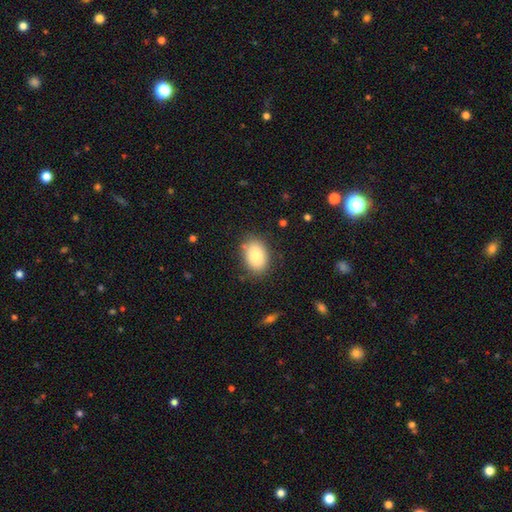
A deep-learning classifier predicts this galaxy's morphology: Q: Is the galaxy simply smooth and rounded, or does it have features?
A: smooth — 81%.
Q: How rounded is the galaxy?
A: in between — 79%.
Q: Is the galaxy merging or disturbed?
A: none — 83%.